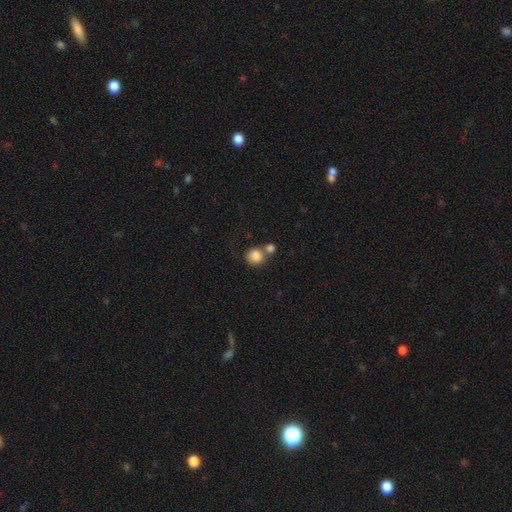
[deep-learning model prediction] smooth 84%, star or artifact 9%, featured or disk 6%. Down the decision tree: how rounded — round (84%); merging — none (46%).